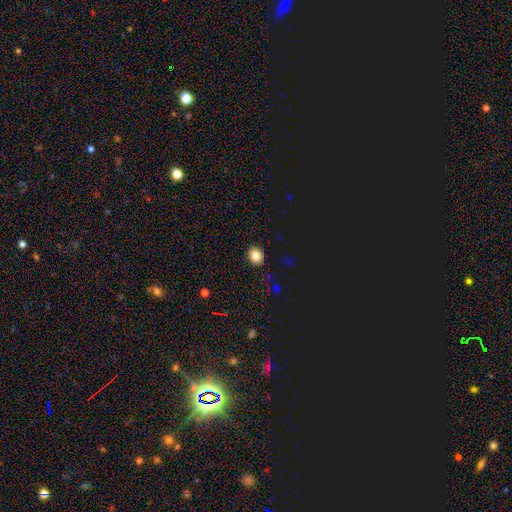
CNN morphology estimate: A smooth galaxy with no disk features (82%) that is round (59%). Merging: none (89%).